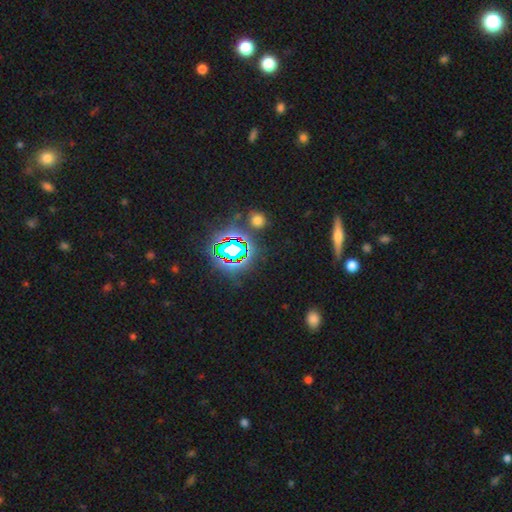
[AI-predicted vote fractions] Smooth or featured? star or artifact (74%)